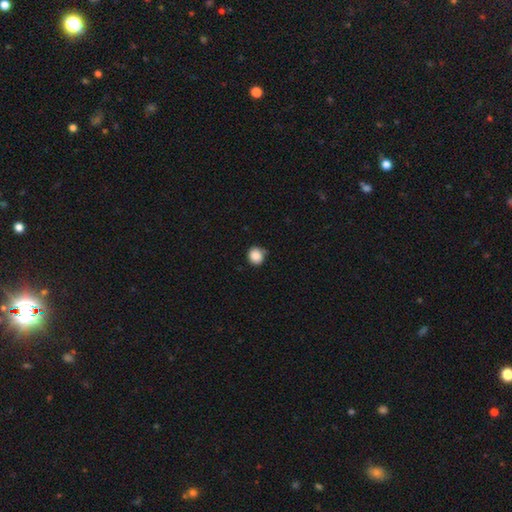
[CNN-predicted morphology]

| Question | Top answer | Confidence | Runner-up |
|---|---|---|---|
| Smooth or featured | smooth | 87% | star or artifact (9%) |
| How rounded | round | 88% | in between (11%) |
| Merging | none | 79% | minor disturbance (16%) |